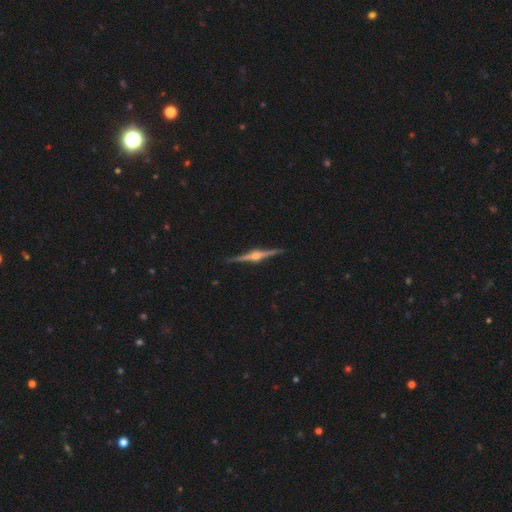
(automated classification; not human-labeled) Smooth or featured?
  - featured or disk: 89% *
  - smooth: 7%
  - star or artifact: 5%
Edge-on disk?
  - yes: 99% *
  - no: 1%
Edge-on bulge?
  - rounded: 95% *
  - boxy: 3%
  - none: 2%
Merging?
  - none: 92% *
  - minor disturbance: 6%
  - major disturbance: 1%
  - merger: 1%